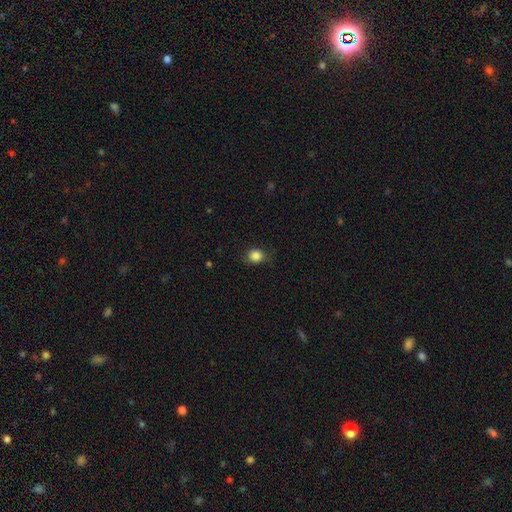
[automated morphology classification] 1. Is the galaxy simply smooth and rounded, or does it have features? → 85% smooth, 10% star or artifact, 5% featured or disk.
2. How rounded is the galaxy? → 72% round, 27% in between, 1% cigar-shaped.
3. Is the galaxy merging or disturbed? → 76% none, 19% minor disturbance, 5% major disturbance, 1% merger.